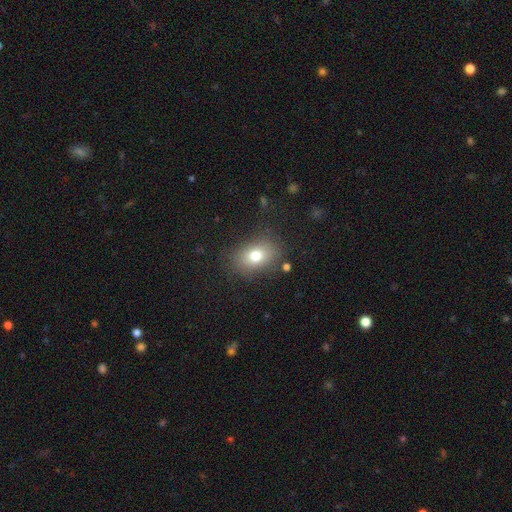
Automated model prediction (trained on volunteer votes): Smooth or featured? smooth (75%)
How rounded? in between (73%)
Merging? none (81%)